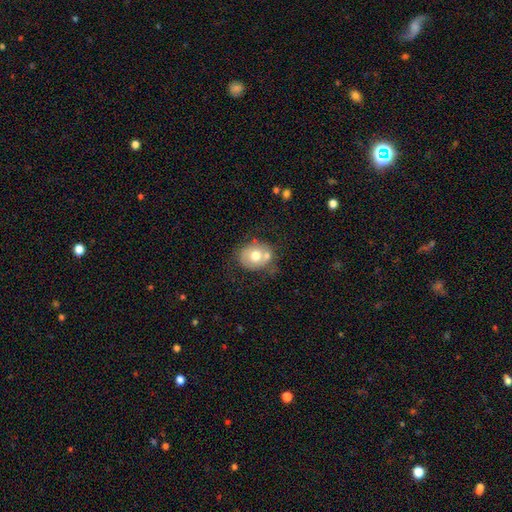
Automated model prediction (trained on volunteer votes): Smooth or featured?
  - smooth: 64% *
  - featured or disk: 28%
  - star or artifact: 8%
How rounded?
  - round: 63% *
  - in between: 36%
  - cigar-shaped: 1%
Merging?
  - none: 50% *
  - merger: 26%
  - minor disturbance: 18%
  - major disturbance: 6%